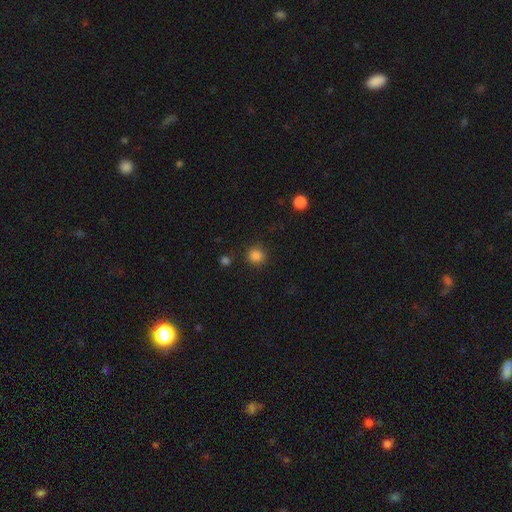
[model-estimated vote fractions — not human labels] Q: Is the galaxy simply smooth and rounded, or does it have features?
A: smooth — 85%.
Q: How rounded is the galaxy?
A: round — 90%.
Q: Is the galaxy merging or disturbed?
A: none — 86%.